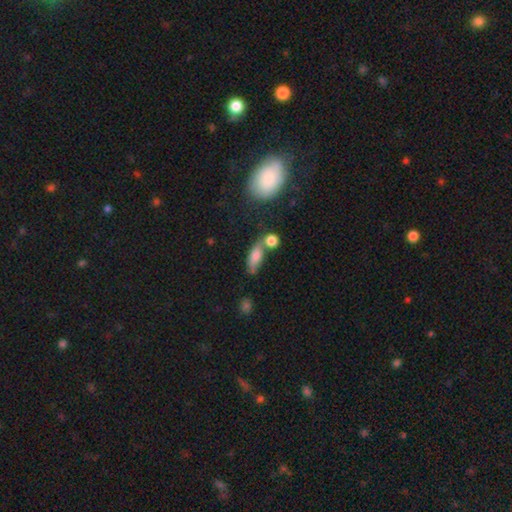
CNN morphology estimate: smooth-or-featured: smooth: 74% | featured or disk: 16% | star or artifact: 10%
  how-rounded: in between: 66% | cigar-shaped: 26% | round: 8%
  merging: none: 43% | merger: 34% | minor disturbance: 15% | major disturbance: 7%